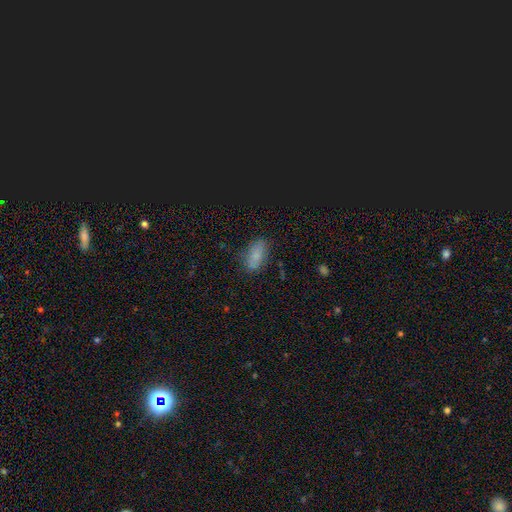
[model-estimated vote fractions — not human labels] smooth 78%, star or artifact 12%, featured or disk 10%. Down the decision tree: how rounded — in between (89%); merging — none (73%).